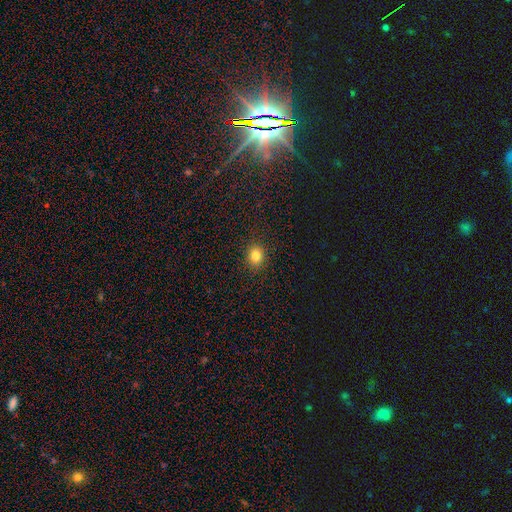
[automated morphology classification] Smooth or featured?
  - smooth: 83% *
  - star or artifact: 12%
  - featured or disk: 5%
How rounded?
  - round: 58% *
  - in between: 41%
  - cigar-shaped: 1%
Merging?
  - none: 90% *
  - minor disturbance: 7%
  - major disturbance: 2%
  - merger: 1%